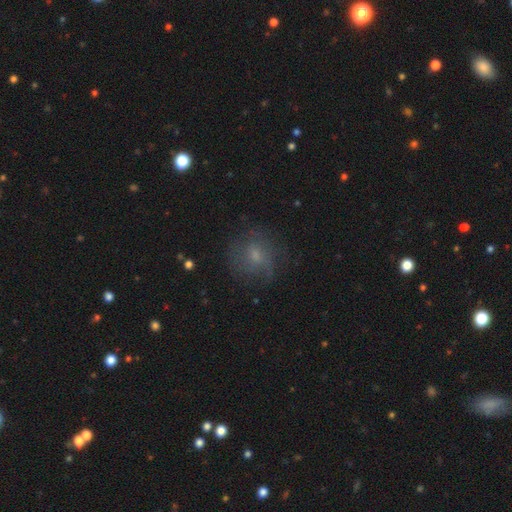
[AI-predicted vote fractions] Q: Smooth or featured?
A: smooth (47%); runner-up: featured or disk (38%)
Q: Merging?
A: none (66%); runner-up: minor disturbance (19%)